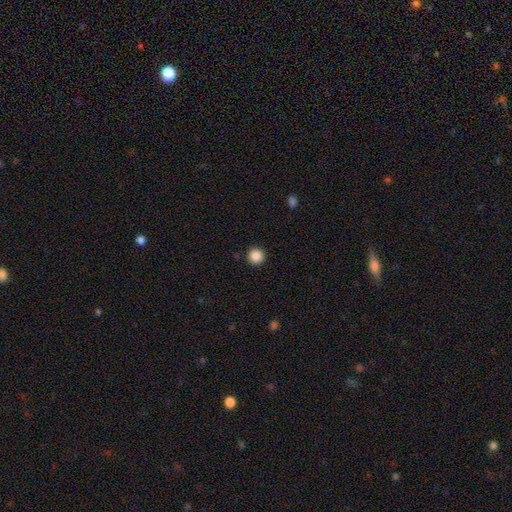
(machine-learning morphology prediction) smooth-or-featured: smooth: 87% | star or artifact: 10% | featured or disk: 3%
  how-rounded: round: 96% | in between: 3% | cigar-shaped: 1%
  merging: none: 93% | minor disturbance: 5% | major disturbance: 2% | merger: 1%